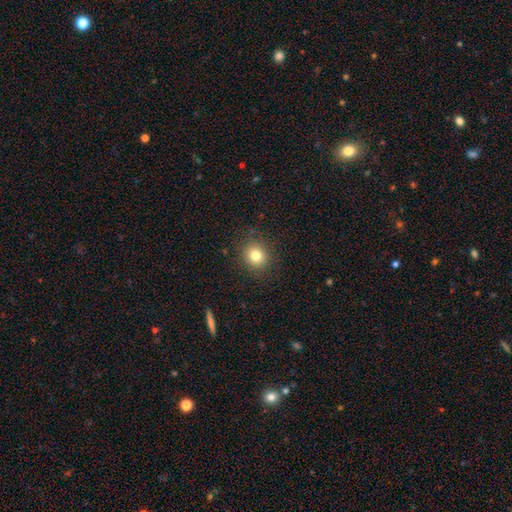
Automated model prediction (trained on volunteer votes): This is likely a smooth galaxy (80%). How rounded: clearly round (85%). Merging: clearly none (88%).